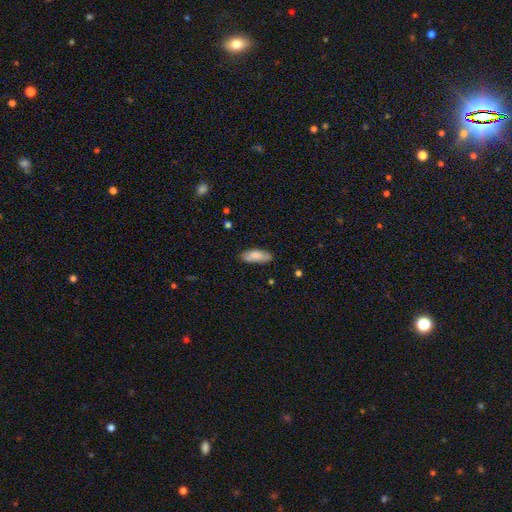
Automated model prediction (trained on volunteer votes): smooth 83%, featured or disk 10%, star or artifact 6%. Down the decision tree: how rounded — in between (74%); merging — none (80%).